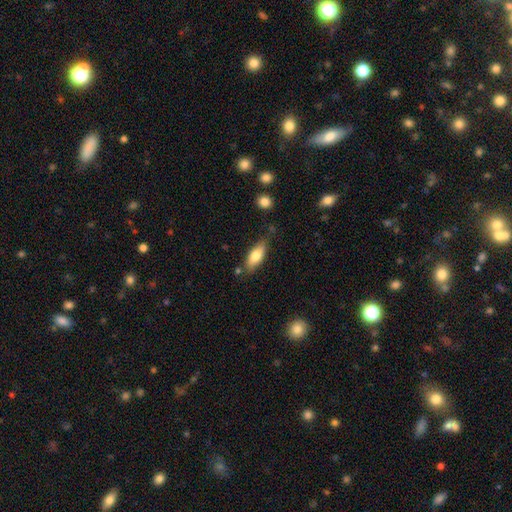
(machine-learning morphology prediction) The model was most divided on "how rounded": in between: 73%, cigar-shaped: 25%, round: 2%. More confident: smooth or featured — smooth (76%); merging — none (72%).